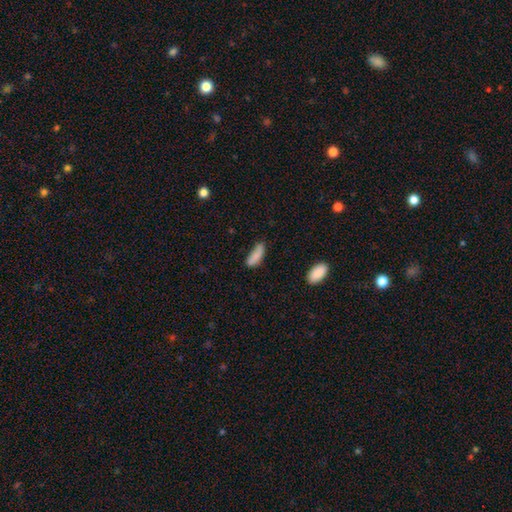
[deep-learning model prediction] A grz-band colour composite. It shows a smooth galaxy with no disk features (82%) that is in between round and cigar-shaped (66%). Merging: none (50%).